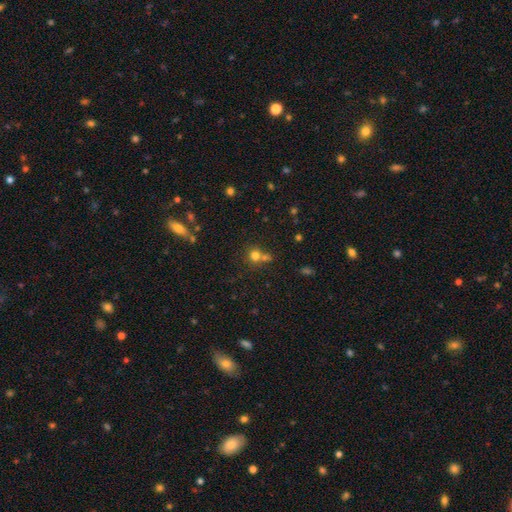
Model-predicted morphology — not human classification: Smooth or featured: smooth — 73% (star or artifact — 18%)
How rounded: round — 87% (in between — 12%)
Merging: none — 51% (merger — 37%)